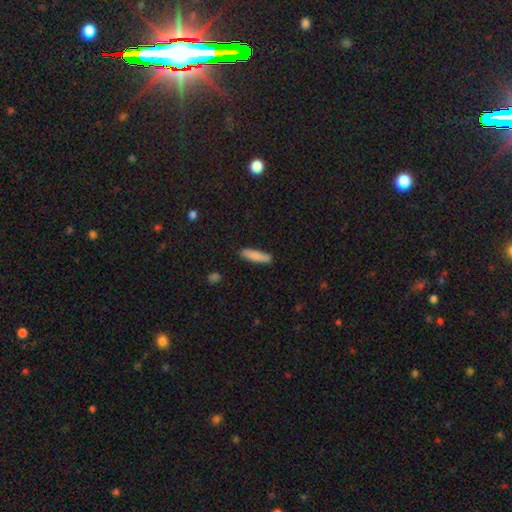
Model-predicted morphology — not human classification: smooth_or_featured: smooth (p=0.85) [alt: featured or disk p=0.09]
how_rounded: cigar-shaped (p=0.77) [alt: in between p=0.21]
merging: none (p=0.87) [alt: minor disturbance p=0.10]